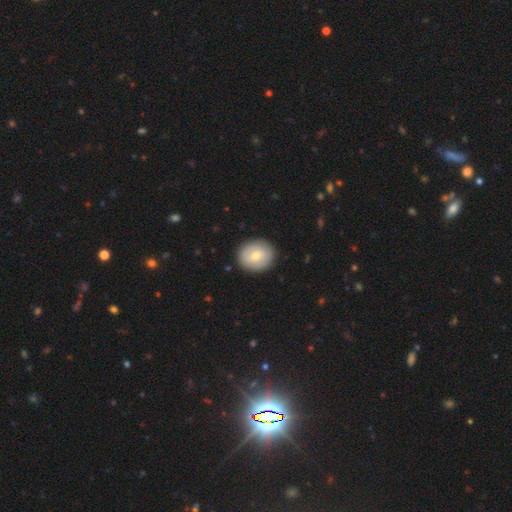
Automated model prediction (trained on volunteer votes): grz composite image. It shows a smooth galaxy with no disk features (66%) that is round (71%). Merging: none (88%).